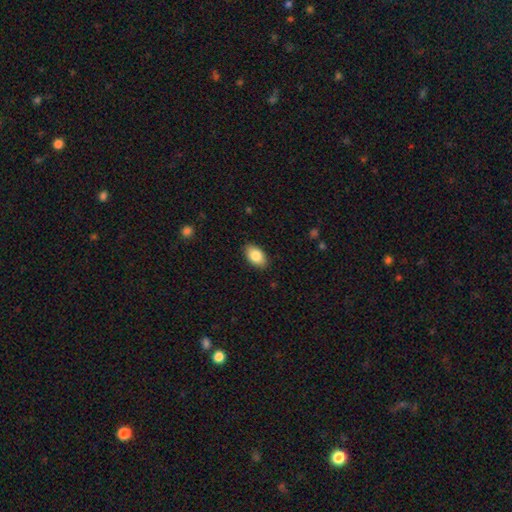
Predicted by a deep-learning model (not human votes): smooth_or_featured: smooth (p=0.85) [alt: featured or disk p=0.08]
how_rounded: in between (p=0.92) [alt: round p=0.06]
merging: none (p=0.87) [alt: minor disturbance p=0.10]